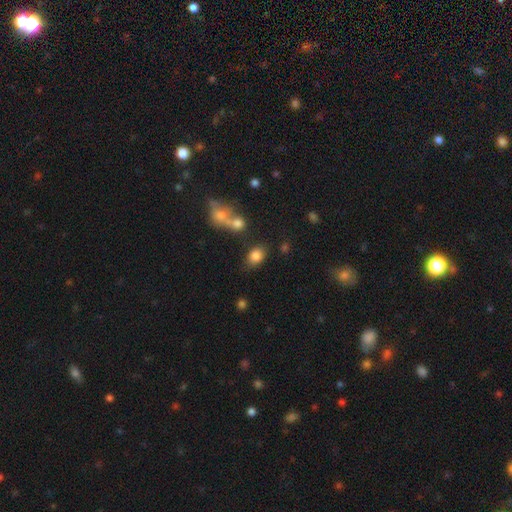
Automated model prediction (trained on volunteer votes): A smooth galaxy with no disk features (83%) that is in between round and cigar-shaped (75%).

Vote fractions:
- Smooth or featured? smooth: 83% / star or artifact: 10% / featured or disk: 7%
- How rounded? in between: 75% / round: 23% / cigar-shaped: 1%
- Merging? none: 73% / minor disturbance: 13% / merger: 9% / major disturbance: 5%